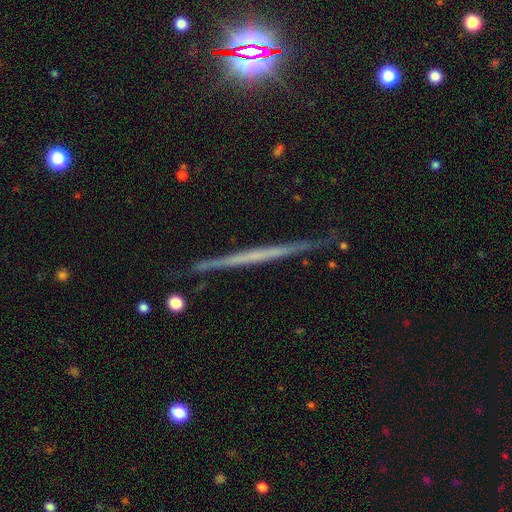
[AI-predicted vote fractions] smooth_or_featured: featured or disk (p=0.64) [alt: smooth p=0.24]
disk_edge_on: yes (p=0.97) [alt: no p=0.03]
edge_on_bulge: none (p=0.83) [alt: rounded p=0.11]
merging: none (p=0.89) [alt: minor disturbance p=0.08]